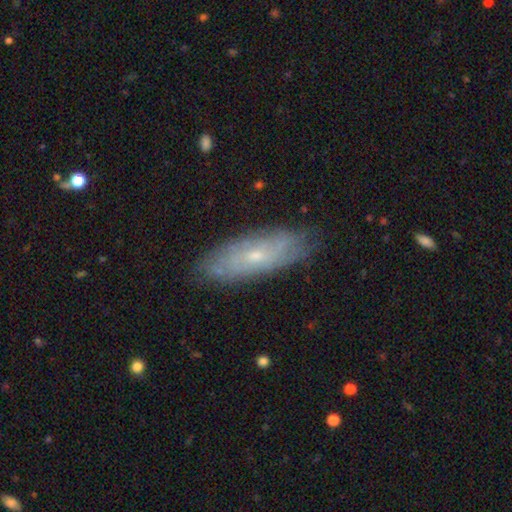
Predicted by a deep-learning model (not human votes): This is likely a featured or disk galaxy (60%). It is likely not viewed edge-on (77%). Merging: clearly none (81%).